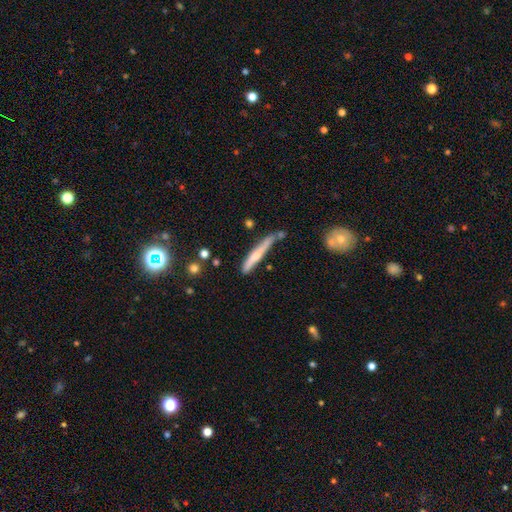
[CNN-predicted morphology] Smooth or featured?
  - smooth: 52% *
  - featured or disk: 42%
  - star or artifact: 6%
How rounded?
  - cigar-shaped: 94% *
  - in between: 4%
  - round: 2%
Merging?
  - none: 60% *
  - minor disturbance: 24%
  - merger: 10%
  - major disturbance: 6%